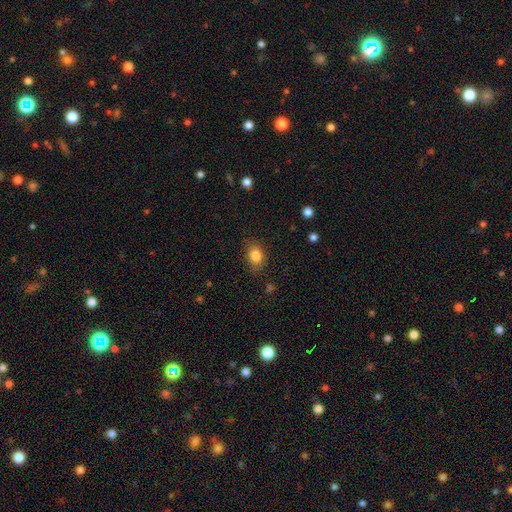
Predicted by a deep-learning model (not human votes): Smooth or featured: smooth — 83% (star or artifact — 10%)
How rounded: in between — 70% (round — 29%)
Merging: none — 80% (minor disturbance — 15%)